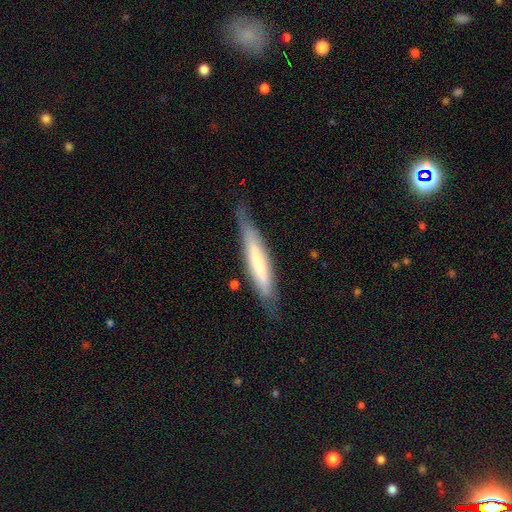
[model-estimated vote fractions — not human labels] Morphology: type=smooth (50%); merging=none (76%).